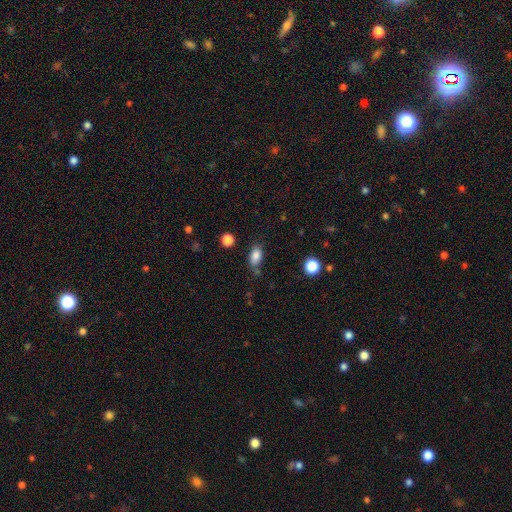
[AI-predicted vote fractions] The model was most divided on "merging": none: 71%, minor disturbance: 18%, merger: 7%, major disturbance: 5%. More confident: how rounded — in between (86%); smooth or featured — smooth (85%).